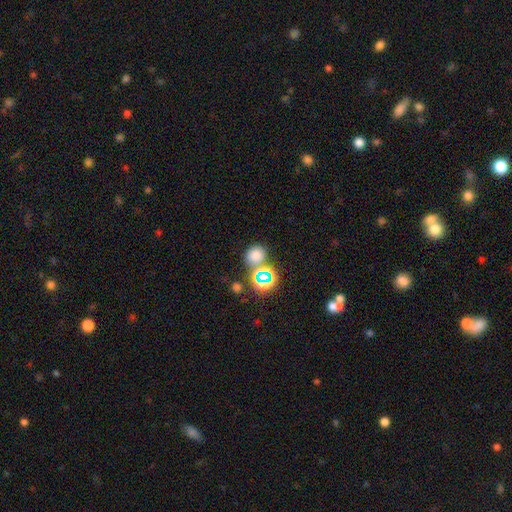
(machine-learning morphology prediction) smooth-or-featured: smooth: 68% | star or artifact: 25% | featured or disk: 7%
  how-rounded: round: 72% | in between: 27% | cigar-shaped: 1%
  merging: none: 65% | merger: 20% | minor disturbance: 10% | major disturbance: 4%